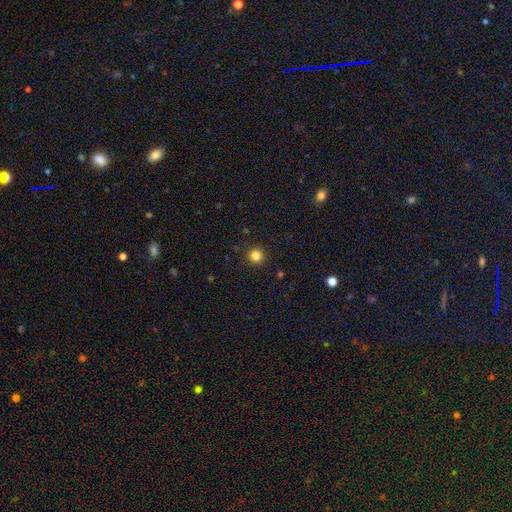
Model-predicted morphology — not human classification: A smooth galaxy with no disk features (83%) that is round (95%). Merging: none (92%).